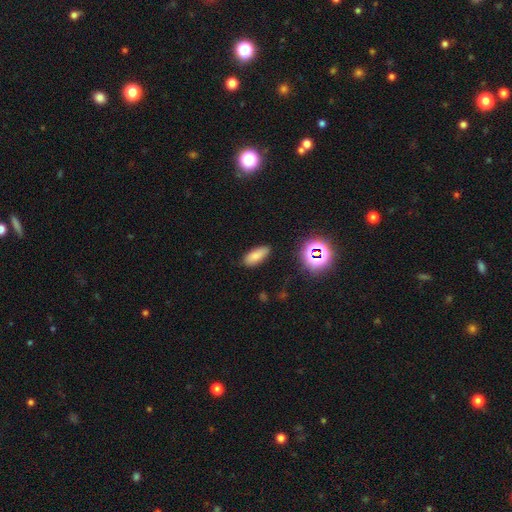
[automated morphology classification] Smooth or featured?
  - smooth: 78% *
  - star or artifact: 14%
  - featured or disk: 8%
How rounded?
  - in between: 80% *
  - cigar-shaped: 17%
  - round: 4%
Merging?
  - none: 80% *
  - minor disturbance: 14%
  - major disturbance: 3%
  - merger: 2%